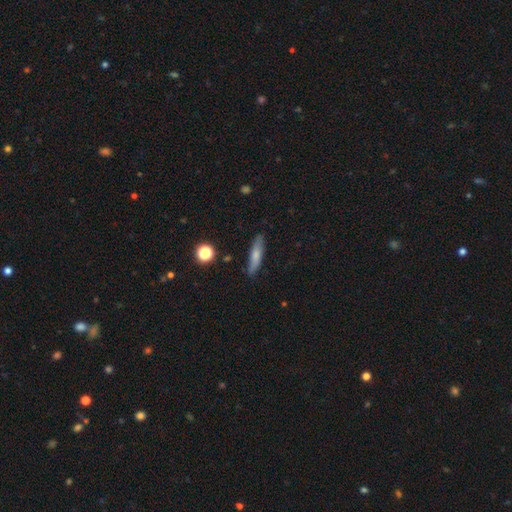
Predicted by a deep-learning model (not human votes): Smooth or featured: smooth — 66% (featured or disk — 26%)
How rounded: cigar-shaped — 77% (in between — 21%)
Merging: none — 84% (minor disturbance — 12%)